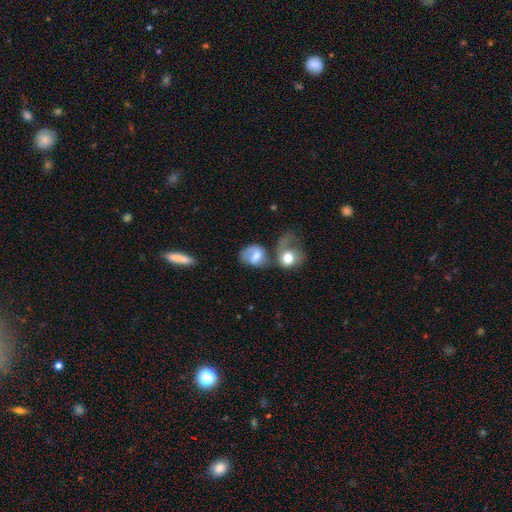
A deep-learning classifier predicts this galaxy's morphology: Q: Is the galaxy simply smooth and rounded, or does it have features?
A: smooth — 47%.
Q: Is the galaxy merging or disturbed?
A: merger — 39%.